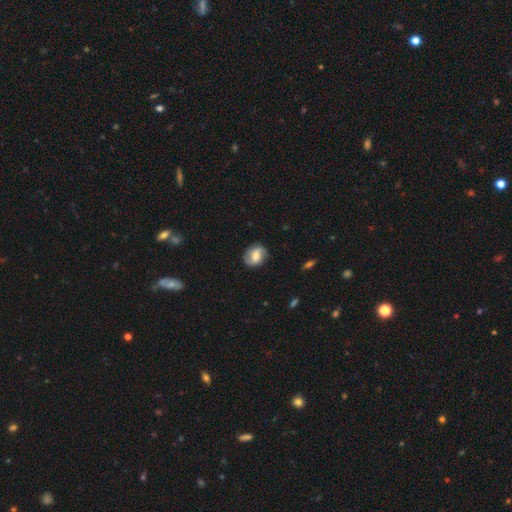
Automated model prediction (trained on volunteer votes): Smooth or featured: featured or disk — 60% (smooth — 32%)
Edge-on disk: no — 97% (yes — 3%)
Bar: weak — 46% (no — 36%)
Spiral arms: yes — 89% (no — 11%)
Spiral winding: loose — 40% (tied with medium — 40%)
Spiral arm count: 2 — 88% (can't tell — 6%)
Bulge size: moderate — 61% (small — 20%)
Merging: none — 83% (minor disturbance — 12%)